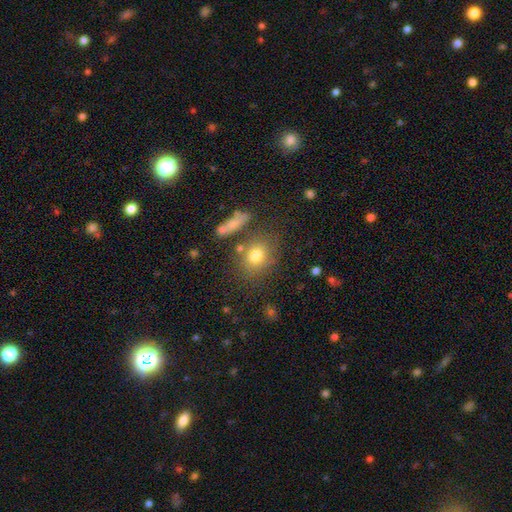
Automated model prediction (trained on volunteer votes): smooth-or-featured: smooth: 74% | featured or disk: 13% | star or artifact: 13%
  how-rounded: round: 61% | in between: 36% | cigar-shaped: 2%
  merging: none: 71% | minor disturbance: 13% | merger: 10% | major disturbance: 5%